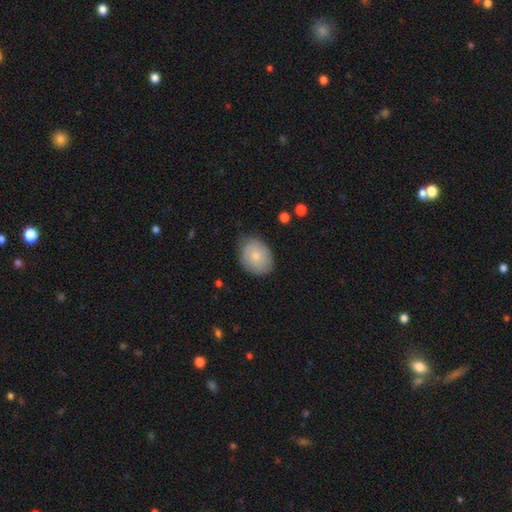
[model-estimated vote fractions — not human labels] smooth 68%, featured or disk 26%, star or artifact 7%. Down the decision tree: how rounded — in between (59%); merging — none (73%).